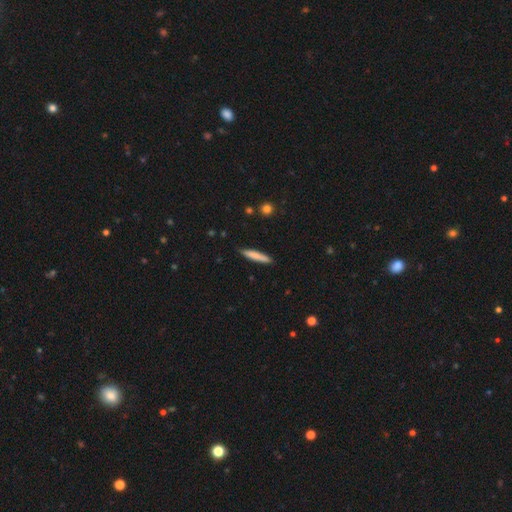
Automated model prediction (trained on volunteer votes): smooth-or-featured: smooth: 77% | featured or disk: 17% | star or artifact: 6%
  how-rounded: cigar-shaped: 92% | in between: 6% | round: 1%
  merging: none: 87% | minor disturbance: 10% | major disturbance: 2% | merger: 1%